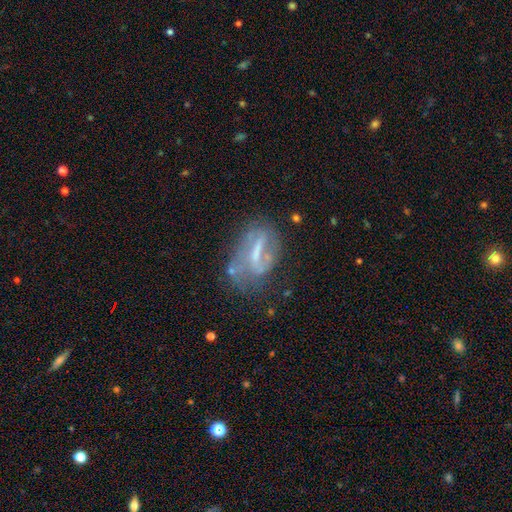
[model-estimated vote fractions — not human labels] This appears to be a featured or disk galaxy (67%) with a strong bar (53%), spiral arms (63%) and a small central bulge (41%). Merging: none (58%).